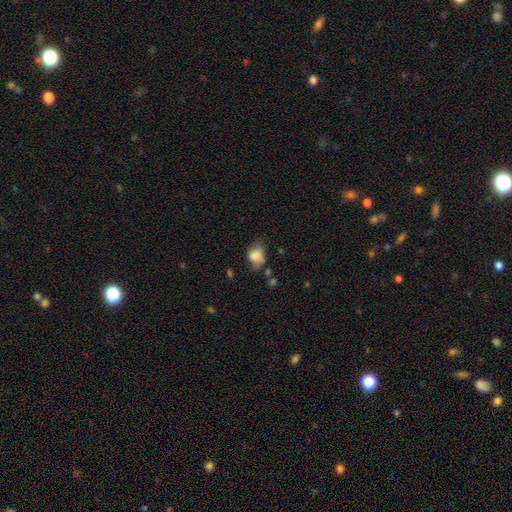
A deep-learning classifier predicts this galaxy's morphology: The model was most divided on "merging": none: 41%, minor disturbance: 35%, major disturbance: 18%, merger: 6%. More confident: smooth or featured — smooth (76%); how rounded — in between (66%).